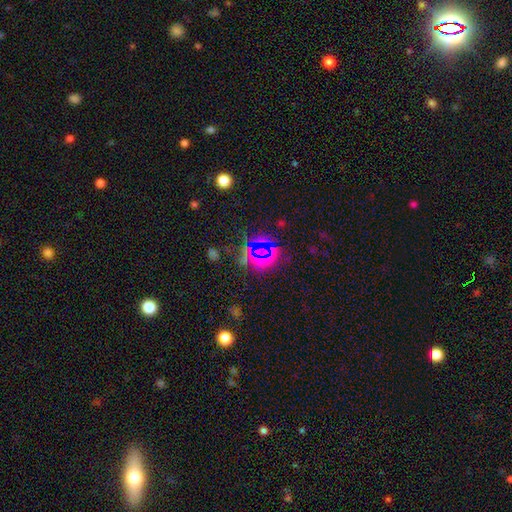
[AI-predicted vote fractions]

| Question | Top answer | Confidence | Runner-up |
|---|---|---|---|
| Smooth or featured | star or artifact | 74% | smooth (17%) |